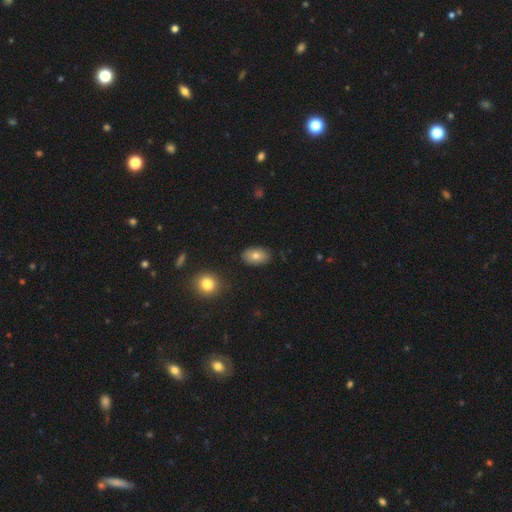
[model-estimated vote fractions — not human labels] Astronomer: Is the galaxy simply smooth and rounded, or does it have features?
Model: smooth — 78%.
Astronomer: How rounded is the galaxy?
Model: in between — 88%.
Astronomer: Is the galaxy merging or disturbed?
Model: none — 86%.